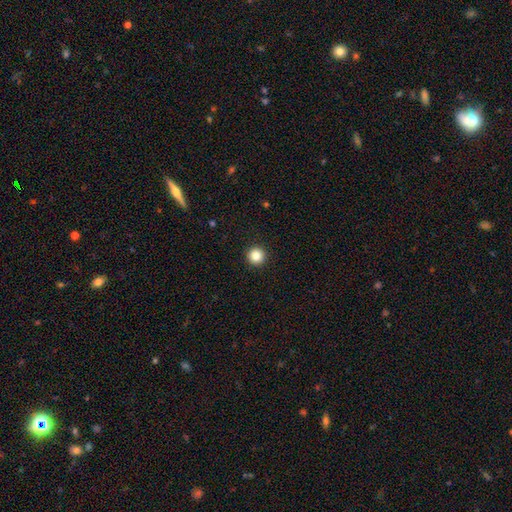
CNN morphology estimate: smooth_or_featured: smooth (p=0.85) [alt: star or artifact p=0.11]
how_rounded: round (p=0.96) [alt: in between p=0.03]
merging: none (p=0.94) [alt: minor disturbance p=0.04]